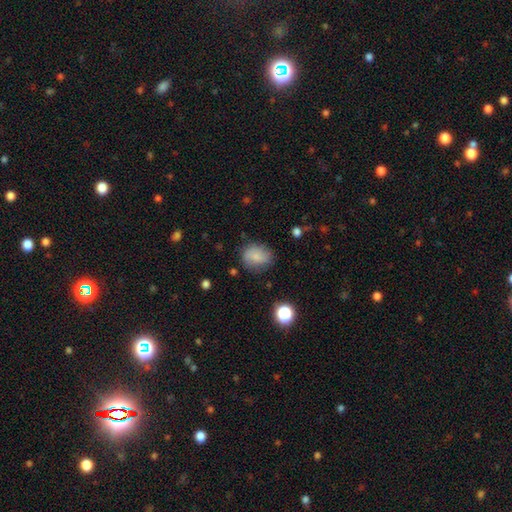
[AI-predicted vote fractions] A smooth galaxy with no disk features (76%) that is round (53%).

Vote fractions:
- Smooth or featured? smooth: 76% / featured or disk: 14% / star or artifact: 10%
- How rounded? round: 53% / in between: 46% / cigar-shaped: 1%
- Merging? none: 72% / minor disturbance: 20% / major disturbance: 6% / merger: 2%